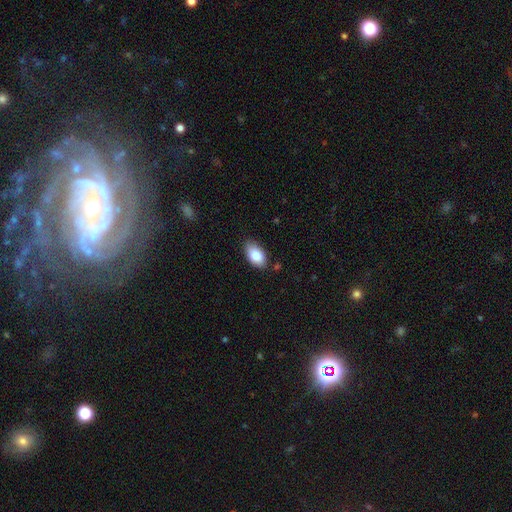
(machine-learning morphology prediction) Smooth or featured? Predicted: smooth (p=0.83). How rounded? Predicted: in between (p=0.93). Merging? Predicted: none (p=0.82).